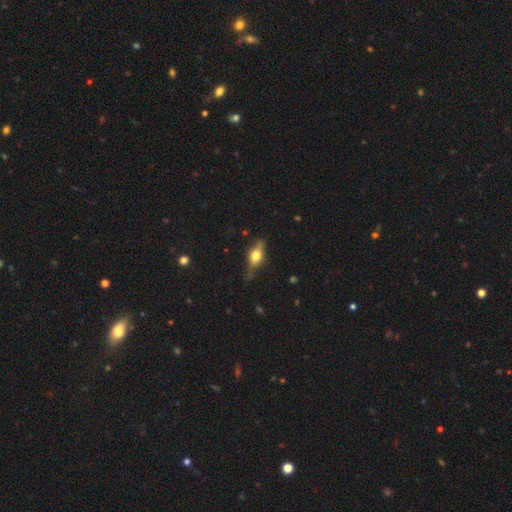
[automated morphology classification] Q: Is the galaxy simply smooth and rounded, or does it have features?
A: featured or disk — 49%.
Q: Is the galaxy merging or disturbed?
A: none — 69%.